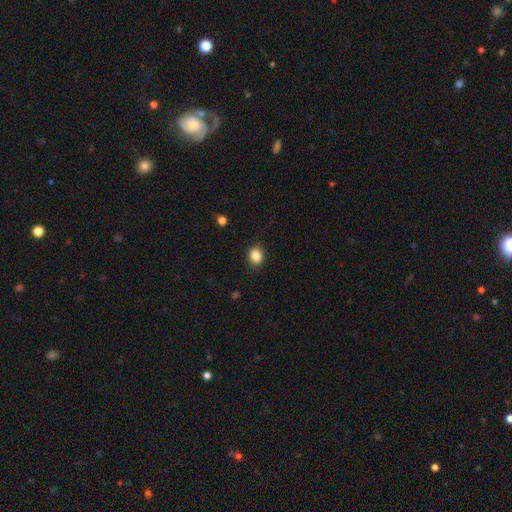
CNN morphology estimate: type=smooth (85%); roundness=round (66%); merging=none (89%).